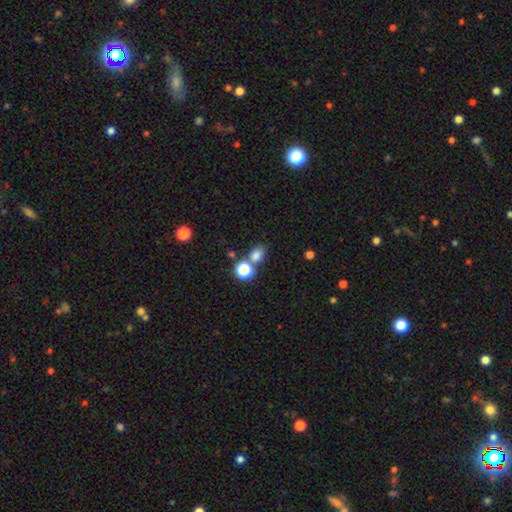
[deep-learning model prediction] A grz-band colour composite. It shows a smooth galaxy with no disk features (77%) that is round (55%). Merging: none (58%).